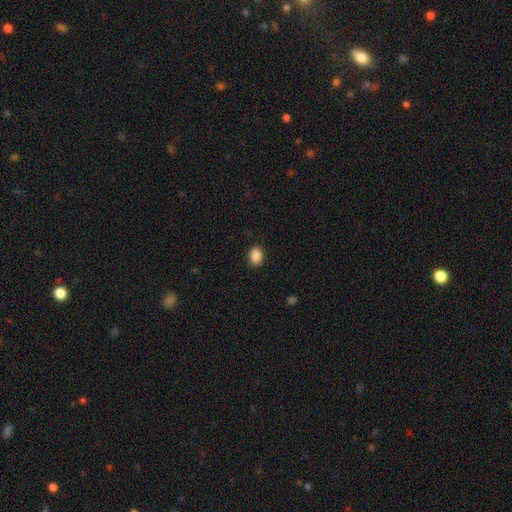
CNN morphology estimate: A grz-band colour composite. It shows a smooth galaxy with no disk features (88%) that is in between round and cigar-shaped (63%). Merging: none (88%).